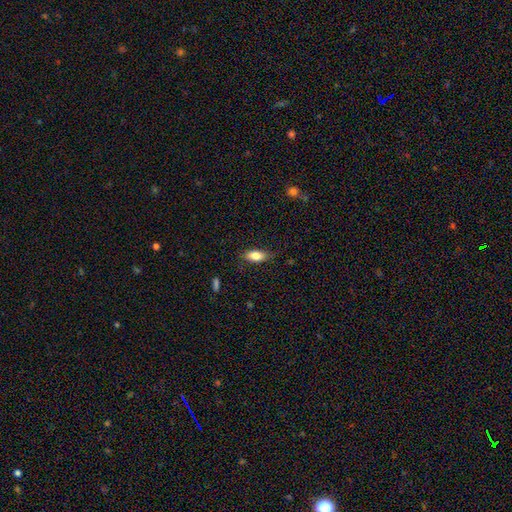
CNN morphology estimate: Q: Smooth or featured?
A: smooth (81%); runner-up: featured or disk (12%)
Q: How rounded?
A: in between (84%); runner-up: cigar-shaped (12%)
Q: Merging?
A: none (78%); runner-up: minor disturbance (17%)